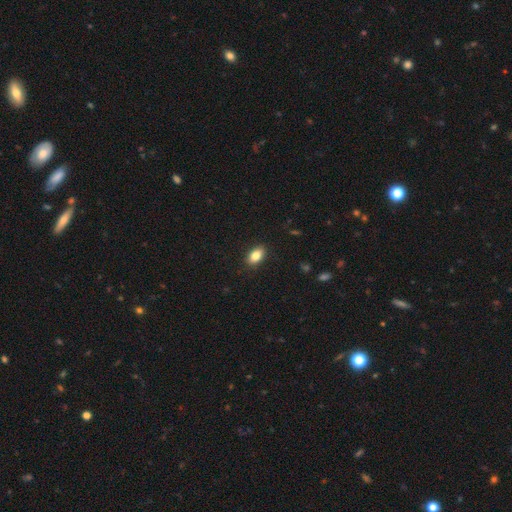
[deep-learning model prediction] Smooth or featured? Predicted: smooth (p=0.84). How rounded? Predicted: in between (p=0.88). Merging? Predicted: none (p=0.89).